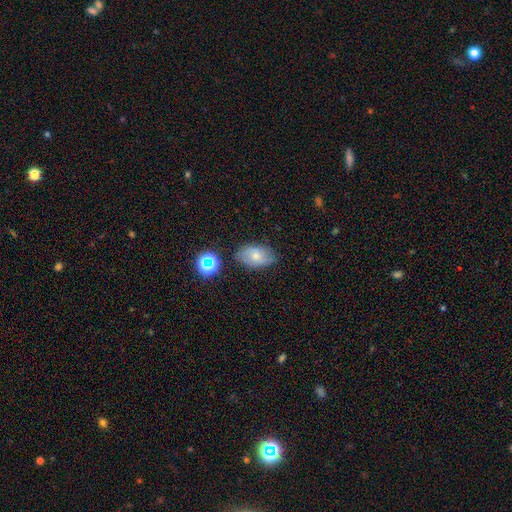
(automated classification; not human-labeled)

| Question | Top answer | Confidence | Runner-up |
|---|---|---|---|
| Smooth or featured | smooth | 65% | featured or disk (23%) |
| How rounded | in between | 87% | round (11%) |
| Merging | none | 73% | minor disturbance (19%) |